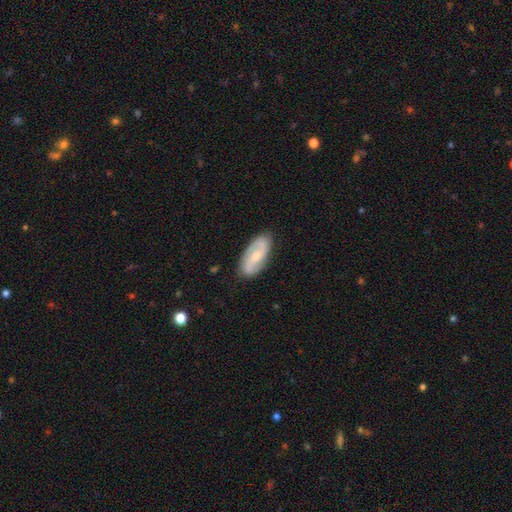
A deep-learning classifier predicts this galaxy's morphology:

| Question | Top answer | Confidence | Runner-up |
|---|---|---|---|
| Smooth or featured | featured or disk | 75% | smooth (20%) |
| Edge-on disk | no | 95% | yes (5%) |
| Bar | weak | 45% | no (40%) |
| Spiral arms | yes | 95% | no (5%) |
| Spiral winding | medium | 45% | loose (33%) |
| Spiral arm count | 2 | 91% | can't tell (5%) |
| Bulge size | small | 52% | moderate (38%) |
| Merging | none | 85% | minor disturbance (11%) |